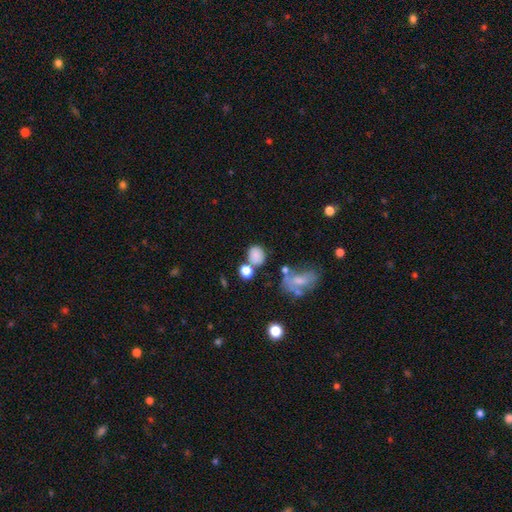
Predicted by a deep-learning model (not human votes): A smooth galaxy with no disk features (79%) that is round (57%). Merging: none (55%).